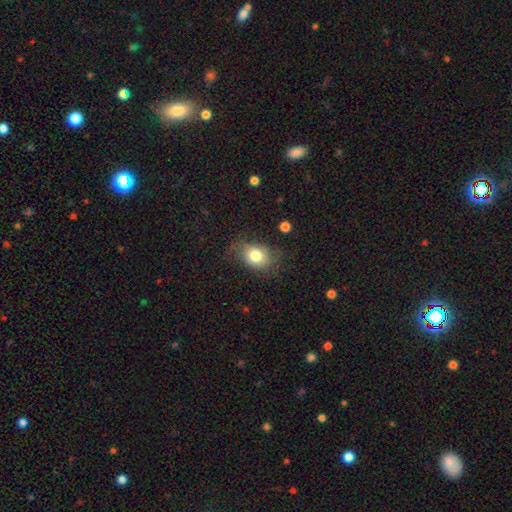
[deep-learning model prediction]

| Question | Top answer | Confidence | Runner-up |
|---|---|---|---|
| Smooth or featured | smooth | 78% | featured or disk (12%) |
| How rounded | in between | 57% | round (41%) |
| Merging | none | 65% | minor disturbance (24%) |